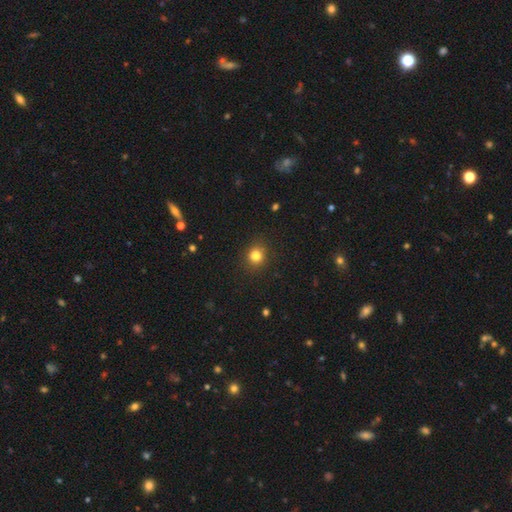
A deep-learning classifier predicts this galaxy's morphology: Q: Smooth or featured?
A: smooth (82%); runner-up: star or artifact (13%)
Q: How rounded?
A: round (83%); runner-up: in between (16%)
Q: Merging?
A: none (88%); runner-up: minor disturbance (8%)